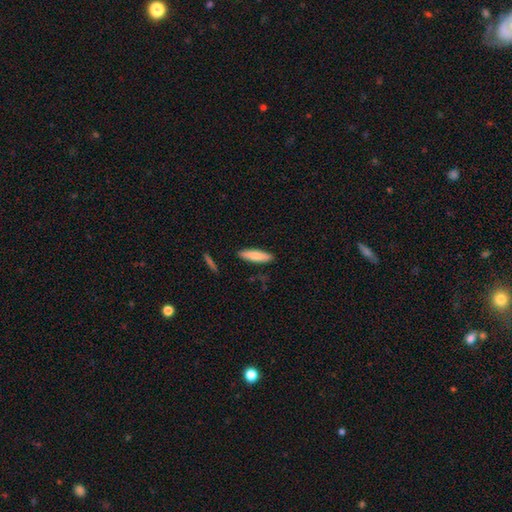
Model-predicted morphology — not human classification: Smooth or featured: smooth — 82% (featured or disk — 13%)
How rounded: cigar-shaped — 66% (in between — 33%)
Merging: none — 88% (minor disturbance — 9%)